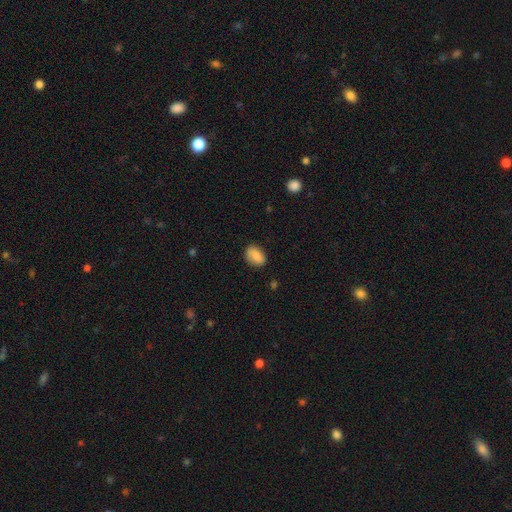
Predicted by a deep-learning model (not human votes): Smooth or featured?
  - smooth: 76% *
  - featured or disk: 16%
  - star or artifact: 8%
How rounded?
  - in between: 79% *
  - round: 20%
  - cigar-shaped: 1%
Merging?
  - none: 76% *
  - minor disturbance: 18%
  - major disturbance: 4%
  - merger: 2%